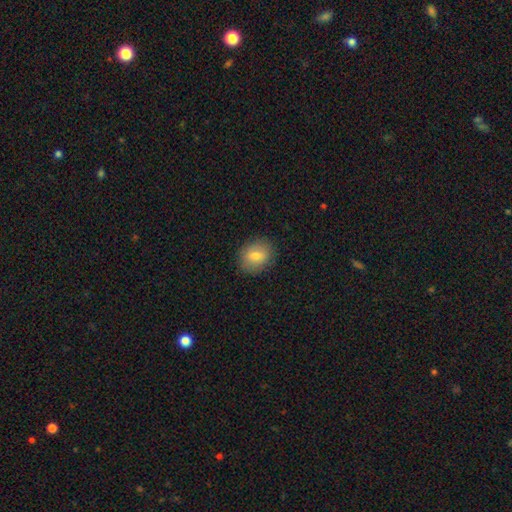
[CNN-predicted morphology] smooth 78%, featured or disk 13%, star or artifact 8%. Down the decision tree: how rounded — in between (53%); merging — none (86%).